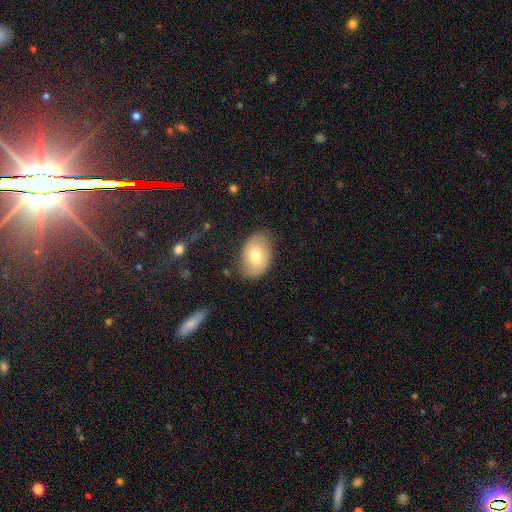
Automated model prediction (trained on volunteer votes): This appears to be a smooth galaxy with no disk features (65%) that is in between round and cigar-shaped (86%). Merging: none (77%).